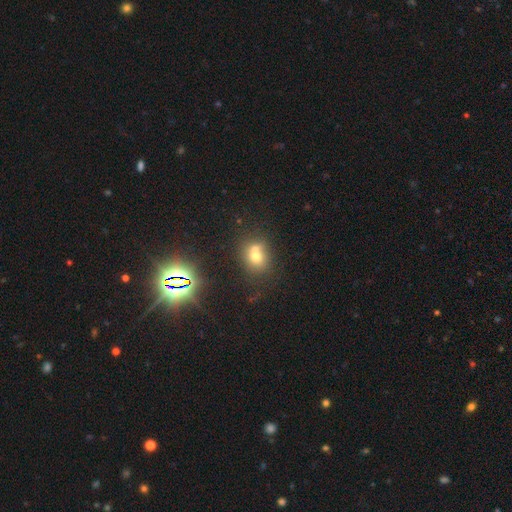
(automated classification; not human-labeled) Q: Smooth or featured?
A: smooth (63%); runner-up: star or artifact (18%)
Q: How rounded?
A: round (67%); runner-up: in between (32%)
Q: Merging?
A: merger (47%); runner-up: none (39%)